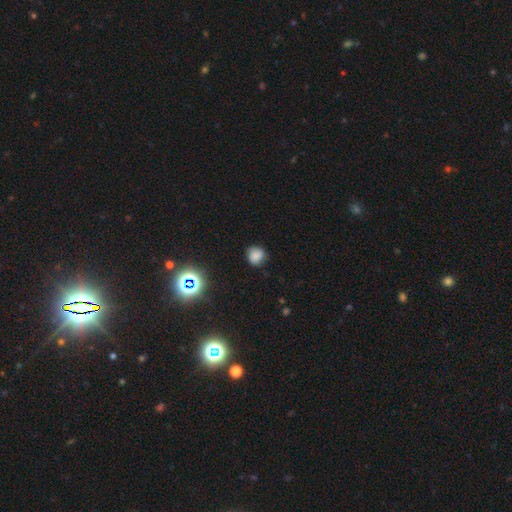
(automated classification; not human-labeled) Smooth or featured: smooth — 75% (star or artifact — 15%)
How rounded: round — 85% (in between — 14%)
Merging: none — 76% (minor disturbance — 18%)